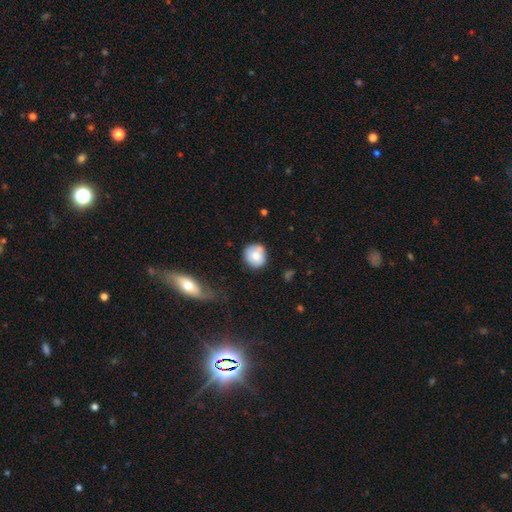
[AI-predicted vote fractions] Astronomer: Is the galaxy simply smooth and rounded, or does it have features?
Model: smooth — 74%.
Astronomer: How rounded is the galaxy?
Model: round — 89%.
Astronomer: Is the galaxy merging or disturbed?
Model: none — 72%.